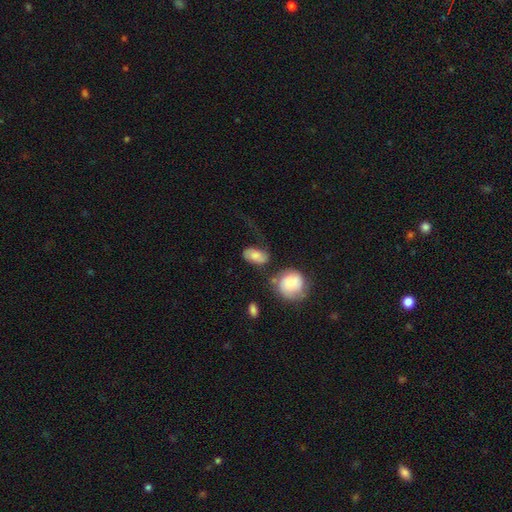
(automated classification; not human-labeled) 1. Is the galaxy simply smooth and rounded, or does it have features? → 65% smooth, 26% featured or disk, 8% star or artifact.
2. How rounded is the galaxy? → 86% in between, 12% round, 3% cigar-shaped.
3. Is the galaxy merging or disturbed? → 49% none, 21% minor disturbance, 17% major disturbance, 13% merger.